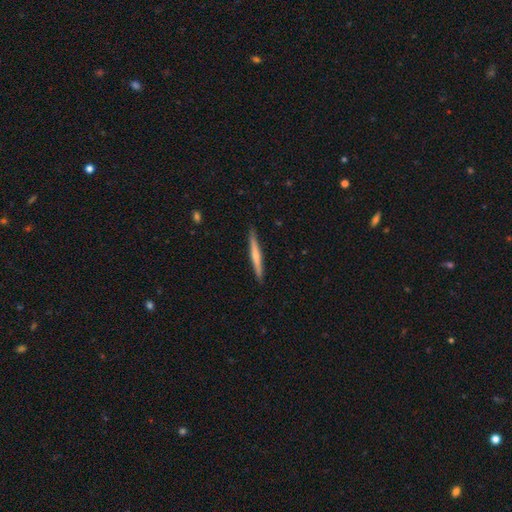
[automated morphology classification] smooth_or_featured: smooth (p=0.49) [alt: featured or disk p=0.46]
merging: none (p=0.90) [alt: minor disturbance p=0.08]